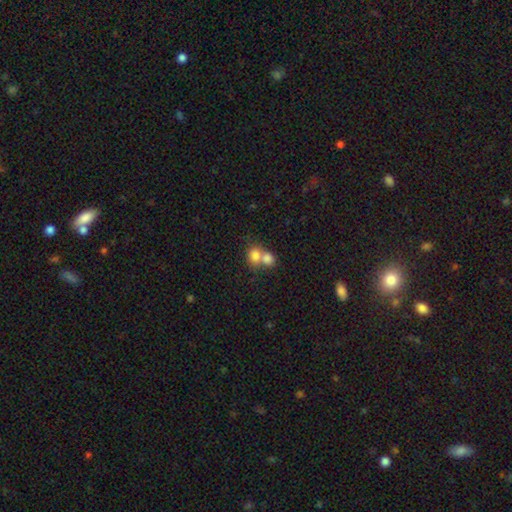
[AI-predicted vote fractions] Q: Smooth or featured?
A: smooth (78%); runner-up: featured or disk (12%)
Q: How rounded?
A: round (66%); runner-up: in between (33%)
Q: Merging?
A: merger (66%); runner-up: none (26%)